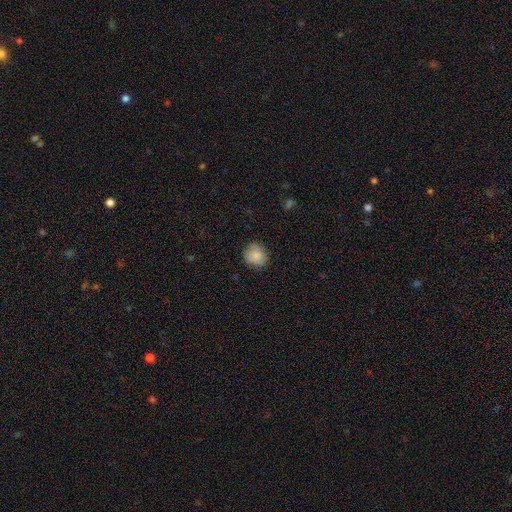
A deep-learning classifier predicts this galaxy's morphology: Q: Smooth or featured?
A: smooth (83%); runner-up: featured or disk (9%)
Q: How rounded?
A: round (81%); runner-up: in between (19%)
Q: Merging?
A: none (80%); runner-up: minor disturbance (16%)